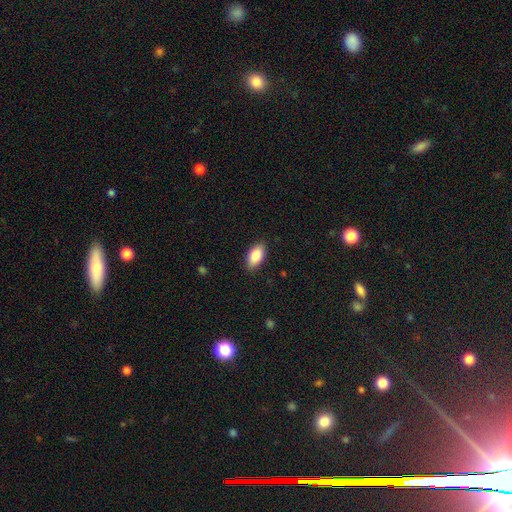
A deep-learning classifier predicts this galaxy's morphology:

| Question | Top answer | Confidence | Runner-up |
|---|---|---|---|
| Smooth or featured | smooth | 84% | featured or disk (9%) |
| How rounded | in between | 92% | cigar-shaped (4%) |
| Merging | none | 87% | minor disturbance (10%) |